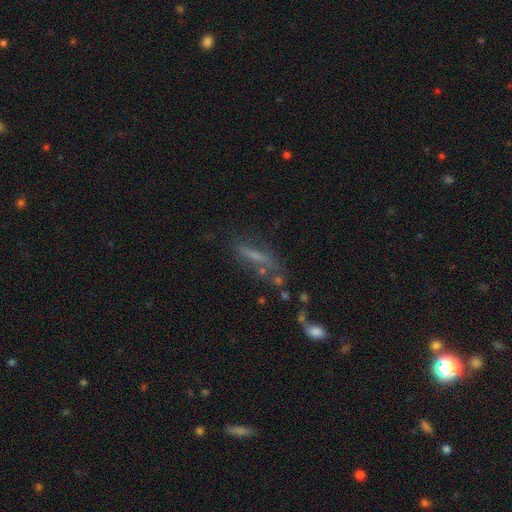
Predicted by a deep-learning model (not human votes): A smooth galaxy with no disk features (44%).

Vote fractions:
- Smooth or featured? smooth: 44% / featured or disk: 40% / star or artifact: 16%
- Merging? none: 52% / minor disturbance: 21% / major disturbance: 17% / merger: 9%